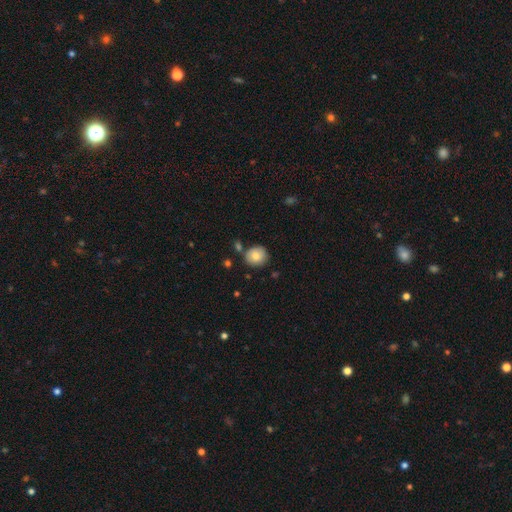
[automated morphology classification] Smooth or featured? Predicted: smooth (p=0.81). How rounded? Predicted: round (p=0.85). Merging? Predicted: none (p=0.78).